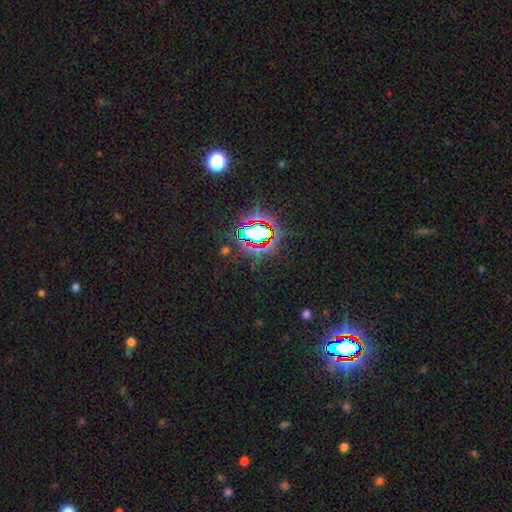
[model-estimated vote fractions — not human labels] Smooth or featured? star or artifact (83%)